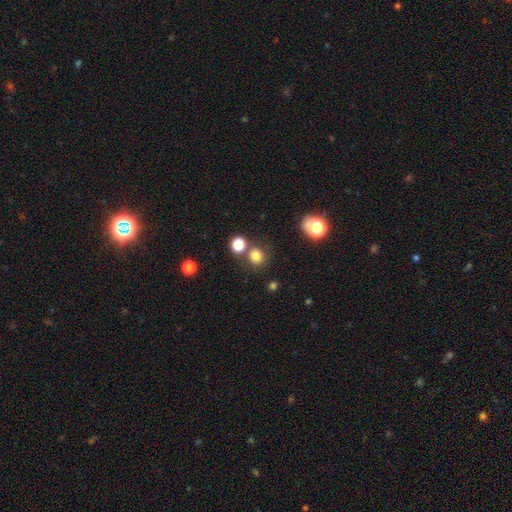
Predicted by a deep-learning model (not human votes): Q: Smooth or featured?
A: smooth (78%); runner-up: star or artifact (16%)
Q: How rounded?
A: round (86%); runner-up: in between (13%)
Q: Merging?
A: none (73%); runner-up: merger (15%)